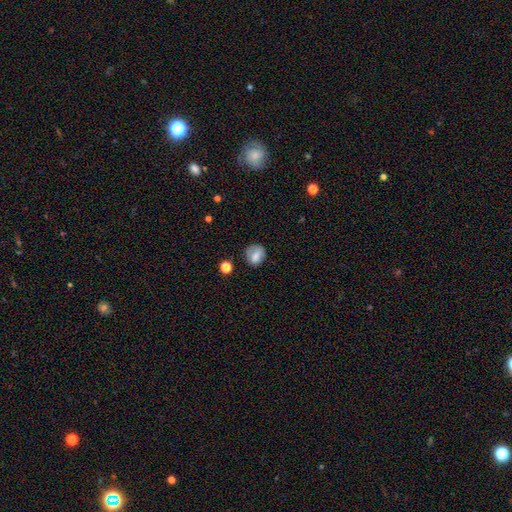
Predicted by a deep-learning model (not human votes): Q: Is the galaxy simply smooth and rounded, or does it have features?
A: smooth — 76%.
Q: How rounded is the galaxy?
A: round — 63%.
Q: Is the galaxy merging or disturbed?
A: none — 63%.